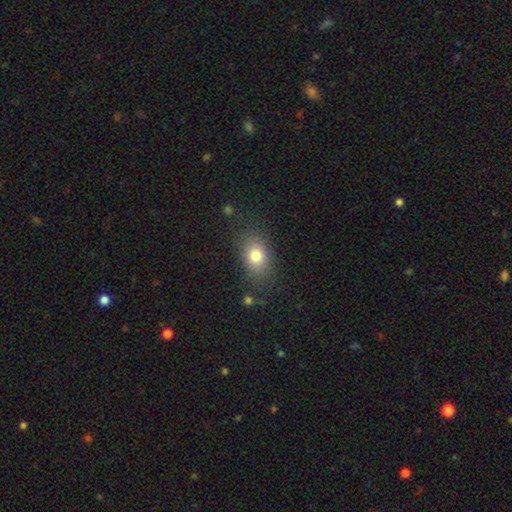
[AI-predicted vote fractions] Overall: smooth (80%). How rounded: in between (73%). Merging: none (79%).